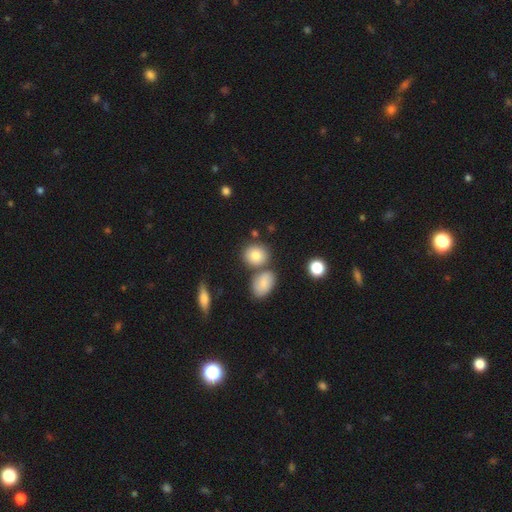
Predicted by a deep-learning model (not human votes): Smooth or featured: smooth — 82% (featured or disk — 10%)
How rounded: round — 69% (in between — 30%)
Merging: none — 67% (merger — 19%)